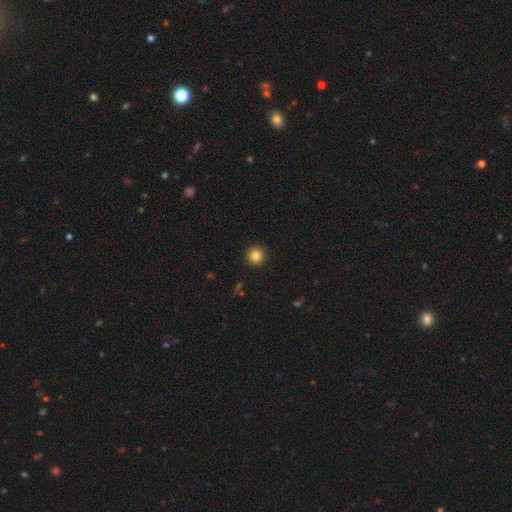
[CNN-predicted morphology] A smooth galaxy with no disk features (85%) that is round (96%).

Vote fractions:
- Smooth or featured? smooth: 85% / star or artifact: 11% / featured or disk: 5%
- How rounded? round: 96% / in between: 3% / cigar-shaped: 1%
- Merging? none: 93% / minor disturbance: 5% / major disturbance: 2% / merger: 1%